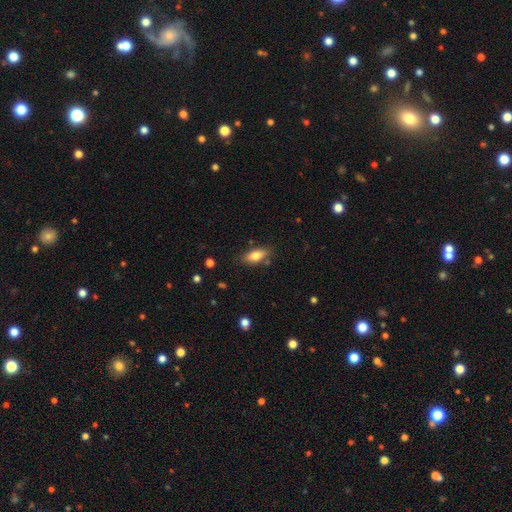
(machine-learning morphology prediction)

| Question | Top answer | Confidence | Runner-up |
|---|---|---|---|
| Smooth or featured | smooth | 78% | featured or disk (14%) |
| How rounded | in between | 82% | cigar-shaped (14%) |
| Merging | none | 78% | minor disturbance (15%) |